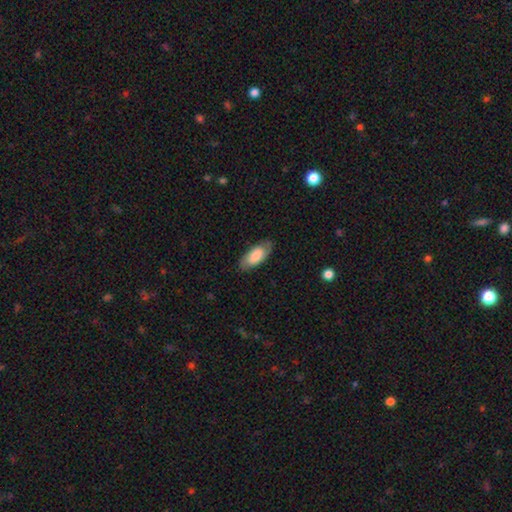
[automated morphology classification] The model was most divided on "smooth or featured": smooth: 67%, featured or disk: 27%, star or artifact: 6%. More confident: how rounded — in between (88%); merging — none (80%).